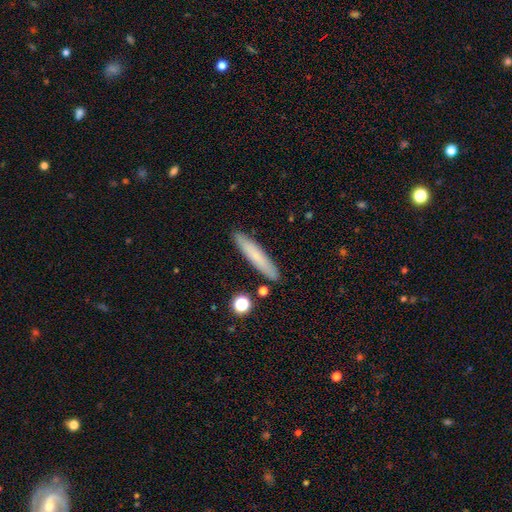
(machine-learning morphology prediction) Smooth or featured? Predicted: smooth (p=0.72). How rounded? Predicted: cigar-shaped (p=0.91). Merging? Predicted: none (p=0.87).